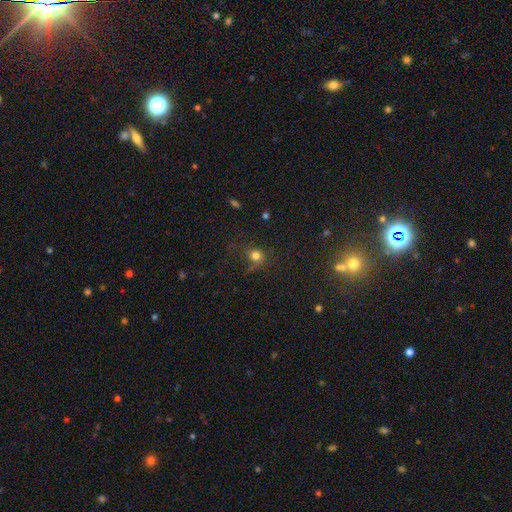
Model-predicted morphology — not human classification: Smooth or featured? smooth (72%)
How rounded? round (82%)
Merging? none (63%)